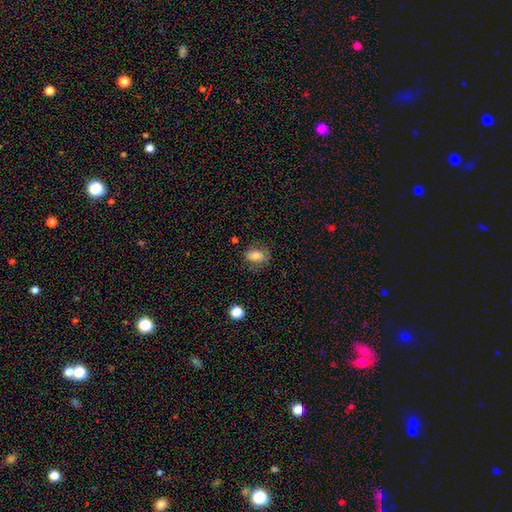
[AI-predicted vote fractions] Smooth or featured?
  - smooth: 76% *
  - featured or disk: 15%
  - star or artifact: 10%
How rounded?
  - in between: 82% *
  - round: 15%
  - cigar-shaped: 3%
Merging?
  - none: 72% *
  - minor disturbance: 19%
  - major disturbance: 7%
  - merger: 2%